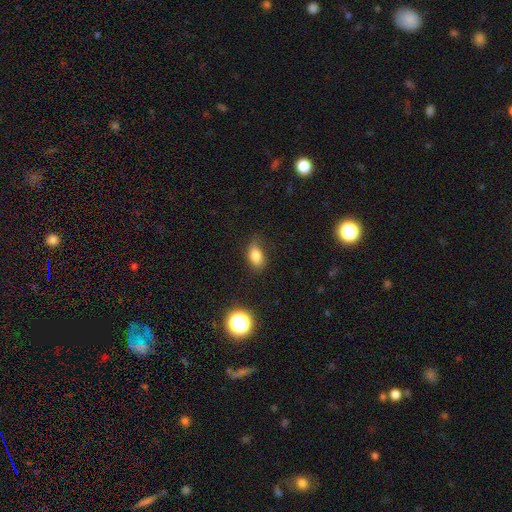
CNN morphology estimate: smooth 81%, star or artifact 11%, featured or disk 8%. Down the decision tree: how rounded — in between (85%); merging — none (69%).